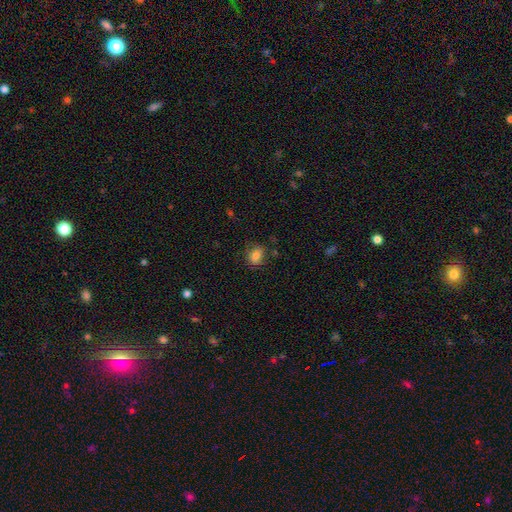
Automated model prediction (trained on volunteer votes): Overall: smooth (80%). How rounded: in between (57%; round 42%). Merging: none (75%).